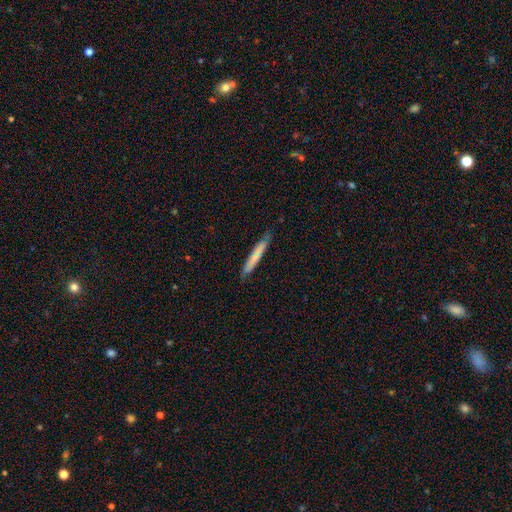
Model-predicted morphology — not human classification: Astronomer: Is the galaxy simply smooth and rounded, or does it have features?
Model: smooth — 63%.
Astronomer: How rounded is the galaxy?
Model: cigar-shaped — 94%.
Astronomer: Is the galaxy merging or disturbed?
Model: none — 82%.